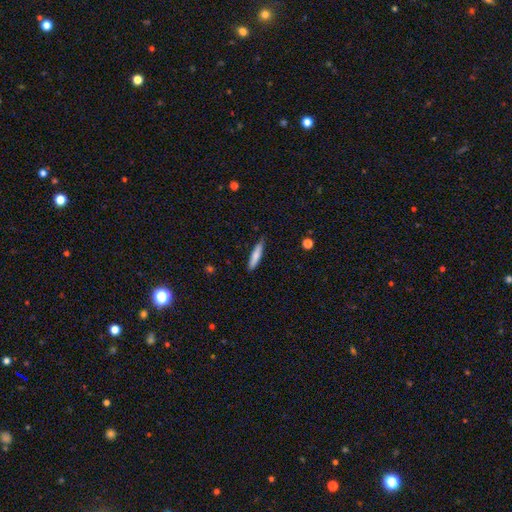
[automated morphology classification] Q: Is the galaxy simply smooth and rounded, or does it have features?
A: smooth — 77%.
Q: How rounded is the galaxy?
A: cigar-shaped — 86%.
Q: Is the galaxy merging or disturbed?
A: none — 81%.